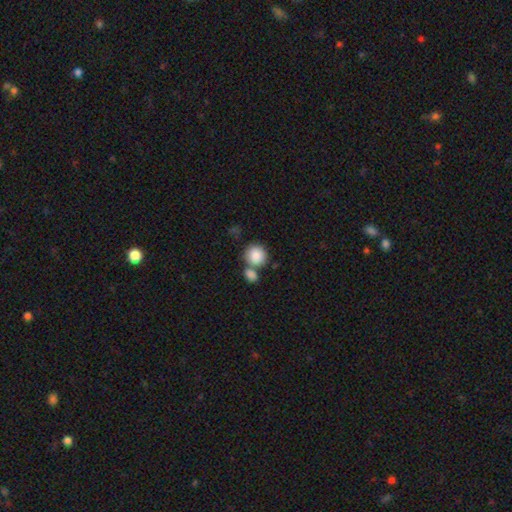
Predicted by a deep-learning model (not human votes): Q: Smooth or featured?
A: smooth (86%); runner-up: star or artifact (8%)
Q: How rounded?
A: round (86%); runner-up: in between (13%)
Q: Merging?
A: none (50%); runner-up: merger (37%)